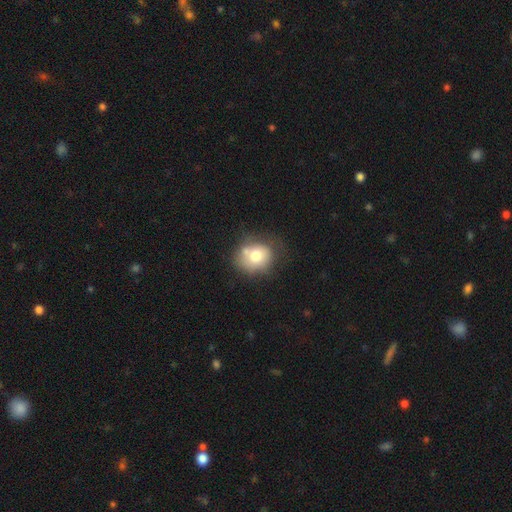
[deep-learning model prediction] Smooth or featured?
  - smooth: 71% *
  - featured or disk: 20%
  - star or artifact: 9%
How rounded?
  - round: 66% *
  - in between: 34%
  - cigar-shaped: 1%
Merging?
  - none: 52% *
  - minor disturbance: 25%
  - merger: 14%
  - major disturbance: 9%